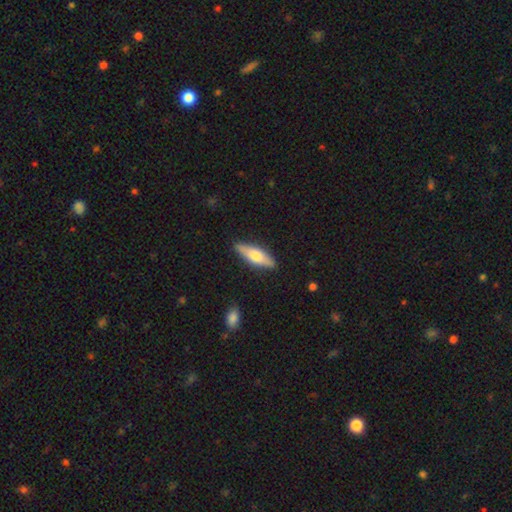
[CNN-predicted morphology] type=smooth (56%); roundness=cigar-shaped (52%); merging=none (86%).